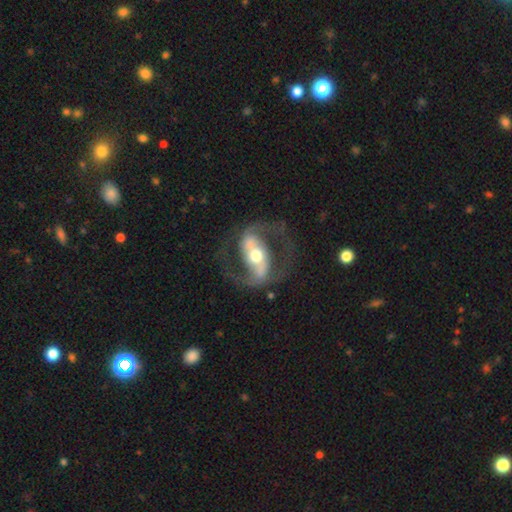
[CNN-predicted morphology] smooth_or_featured: featured or disk (p=0.86) [alt: smooth p=0.10]
disk_edge_on: no (p=0.95) [alt: yes p=0.05]
bar: strong (p=0.57) [alt: weak p=0.25]
has_spiral_arms: yes (p=0.85) [alt: no p=0.15]
spiral_winding: medium (p=0.56) [alt: loose p=0.28]
spiral_arm_count: 2 (p=0.91) [alt: can't tell p=0.04]
bulge_size: moderate (p=0.68) [alt: small p=0.15]
merging: none (p=0.71) [alt: major disturbance p=0.14]